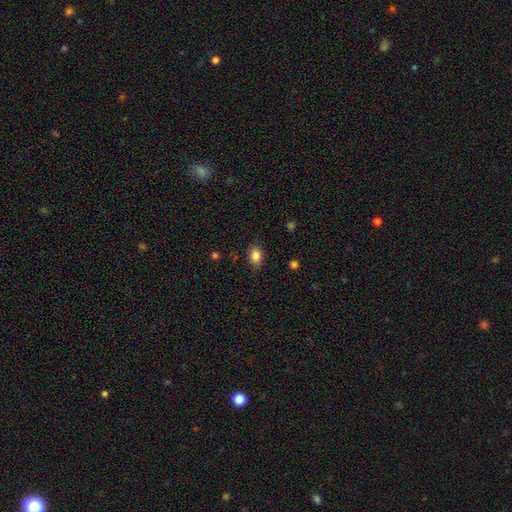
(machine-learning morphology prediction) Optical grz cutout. It shows a smooth galaxy with no disk features (85%) that is in between round and cigar-shaped (76%). Merging: none (81%).